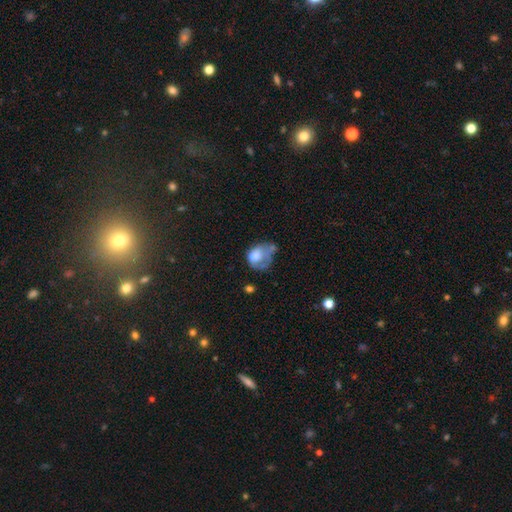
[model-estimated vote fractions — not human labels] Smooth or featured?
  - smooth: 61% *
  - featured or disk: 30%
  - star or artifact: 10%
How rounded?
  - in between: 56% *
  - round: 43%
  - cigar-shaped: 1%
Merging?
  - major disturbance: 40% *
  - minor disturbance: 26%
  - none: 20%
  - merger: 14%